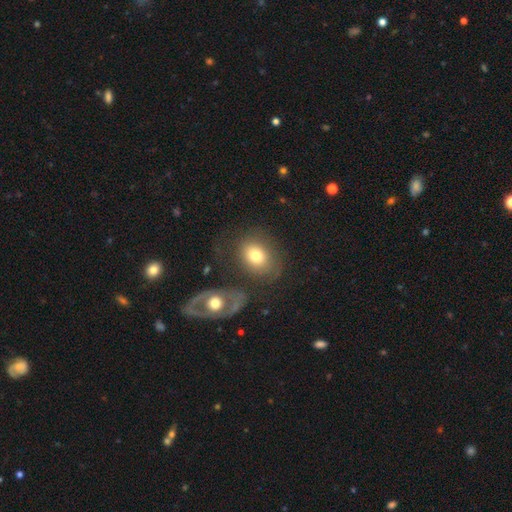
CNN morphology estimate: This is likely a smooth galaxy (69%). How rounded: possibly in between (52%). Merging: likely none (60%).